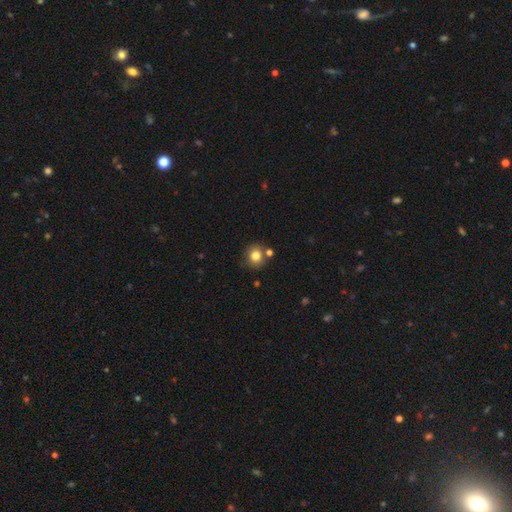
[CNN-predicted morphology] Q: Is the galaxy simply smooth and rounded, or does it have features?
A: smooth — 81%.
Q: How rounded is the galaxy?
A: round — 85%.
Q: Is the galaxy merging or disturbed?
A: none — 74%.